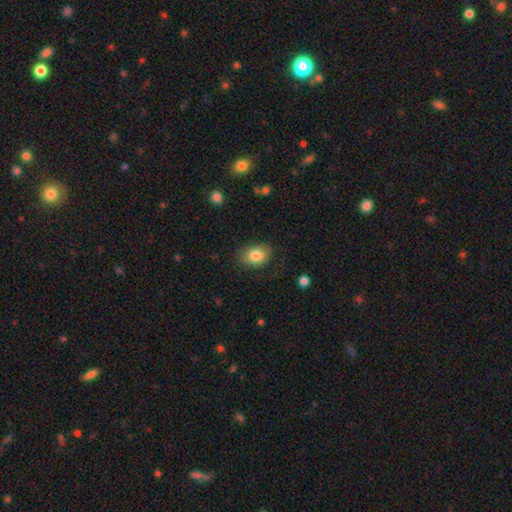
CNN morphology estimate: type=smooth (83%); roundness=in between (79%); merging=none (81%).